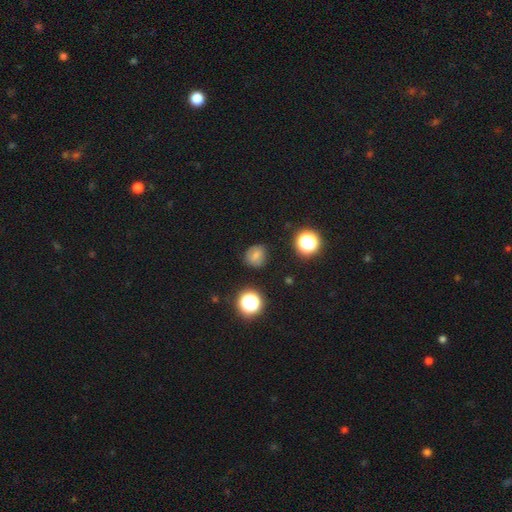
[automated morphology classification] smooth_or_featured: smooth (p=0.75) [alt: star or artifact p=0.17]
how_rounded: round (p=0.76) [alt: in between p=0.23]
merging: none (p=0.79) [alt: minor disturbance p=0.14]